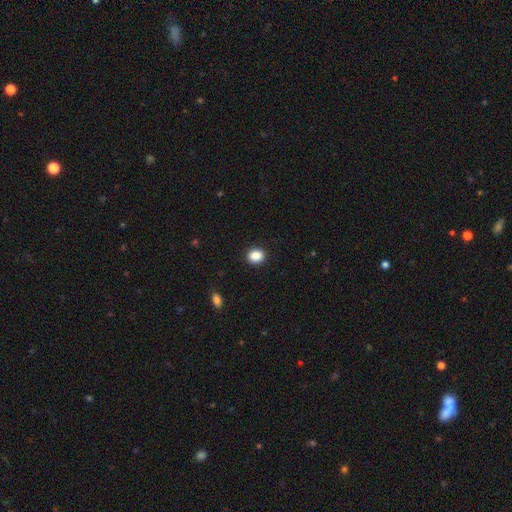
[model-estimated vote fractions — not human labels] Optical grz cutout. It shows a smooth galaxy with no disk features (88%) that is round (57%). Merging: none (90%).